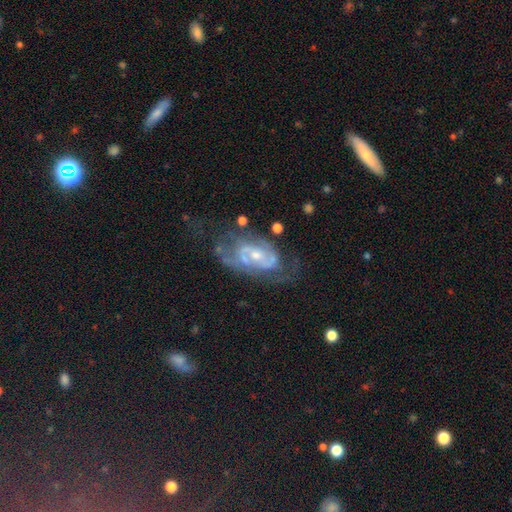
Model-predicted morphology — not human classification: smooth-or-featured: featured or disk: 83% | smooth: 10% | star or artifact: 7%
  disk-edge-on: no: 95% | yes: 5%
    bar: no: 57% | weak: 34% | strong: 9%
    has-spiral-arms: yes: 86% | no: 14%
      spiral-winding: medium: 44% | tight: 42% | loose: 15%
      spiral-arm-count: 2: 59% | can't tell: 24% | 3: 8% | 1: 4% | 4: 3% | more than 4: 2%
    bulge-size: small: 52% | moderate: 43% | none: 2% | large: 2% | dominant: 1%
  merging: none: 54% | minor disturbance: 22% | major disturbance: 20% | merger: 4%